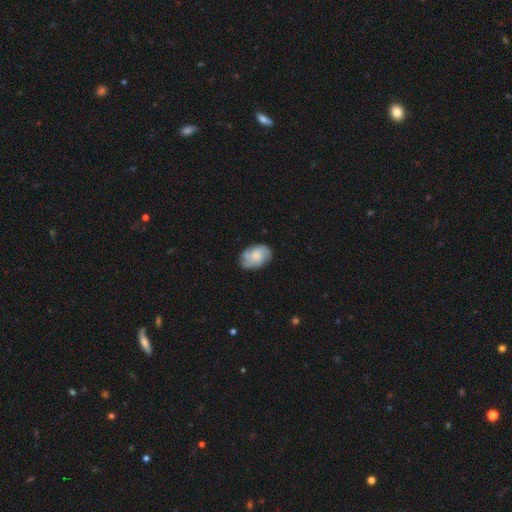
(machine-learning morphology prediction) Smooth or featured? Predicted: smooth (p=0.55). How rounded? Predicted: in between (p=0.85). Merging? Predicted: none (p=0.71).